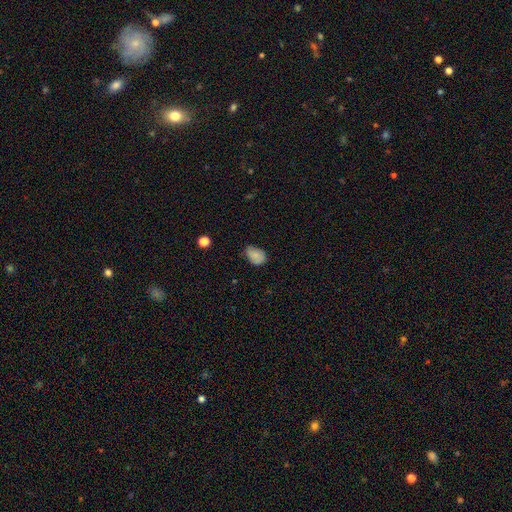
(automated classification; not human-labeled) Smooth or featured? smooth (80%)
How rounded? in between (78%)
Merging? none (60%)